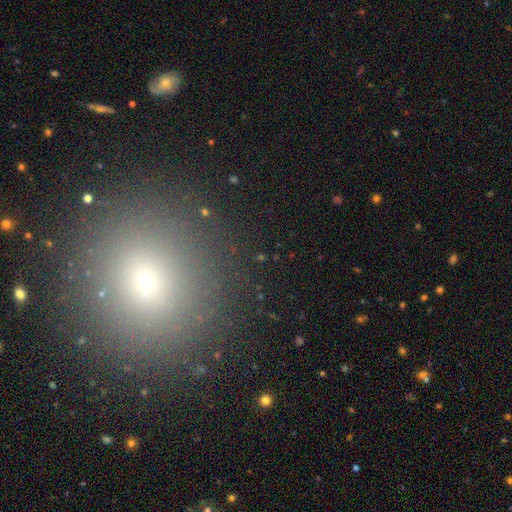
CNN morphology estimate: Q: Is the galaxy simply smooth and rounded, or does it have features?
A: smooth — 63%.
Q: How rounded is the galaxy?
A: round — 88%.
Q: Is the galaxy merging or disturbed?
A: none — 89%.